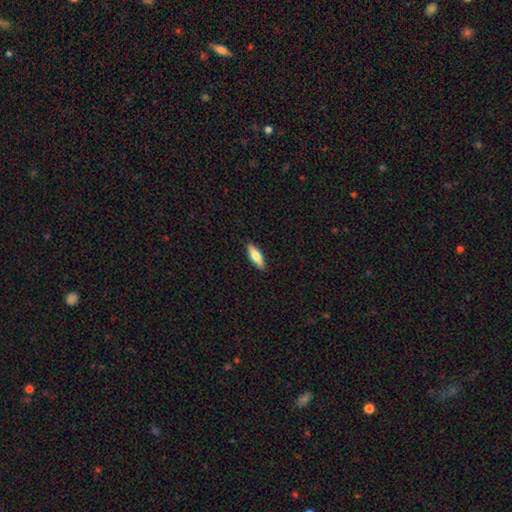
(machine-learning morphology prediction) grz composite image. It shows a smooth galaxy with no disk features (71%) that is cigar-shaped (51%). Merging: none (90%).